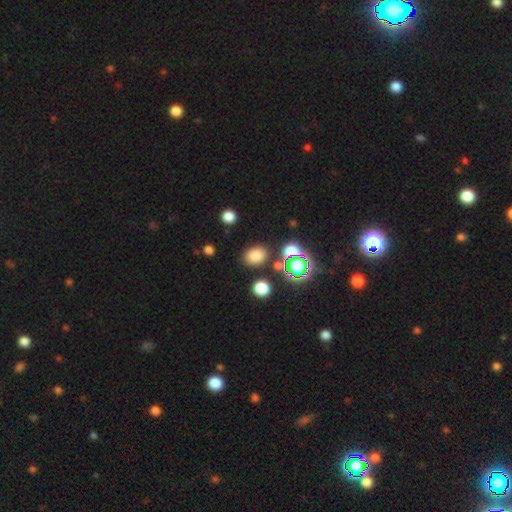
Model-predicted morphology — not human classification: The model was most divided on "how rounded": in between: 61%, round: 38%, cigar-shaped: 1%. More confident: merging — none (81%); smooth or featured — smooth (75%).